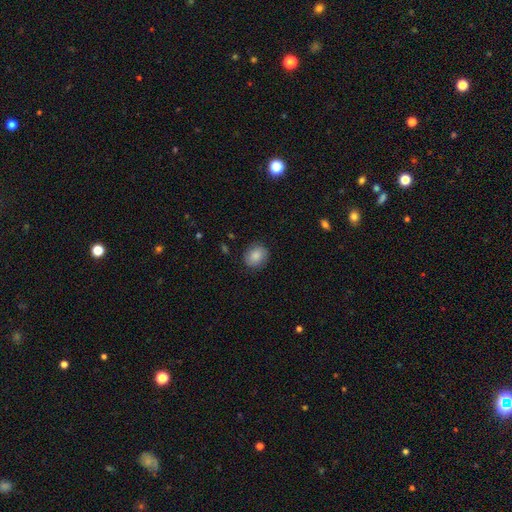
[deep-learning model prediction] This is clearly a smooth galaxy (84%). How rounded: likely round (65%). Merging: clearly none (85%).